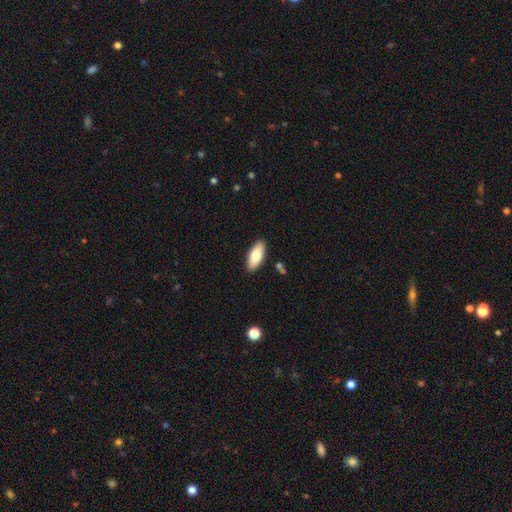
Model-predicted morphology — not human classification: A smooth galaxy with no disk features (79%) that is in between round and cigar-shaped (82%). Merging: none (88%).